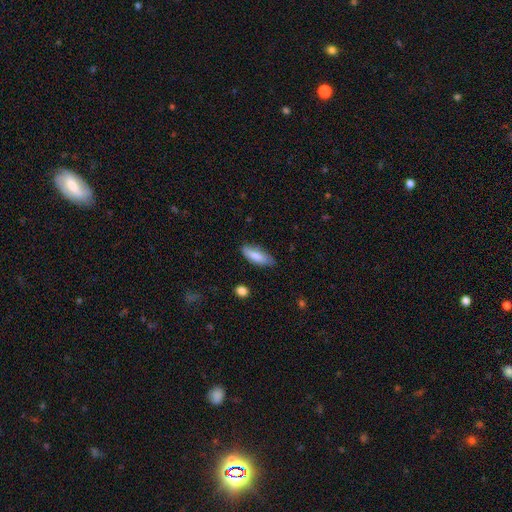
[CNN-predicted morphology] Q: Smooth or featured?
A: smooth (83%); runner-up: featured or disk (11%)
Q: How rounded?
A: in between (61%); runner-up: cigar-shaped (37%)
Q: Merging?
A: none (70%); runner-up: minor disturbance (24%)